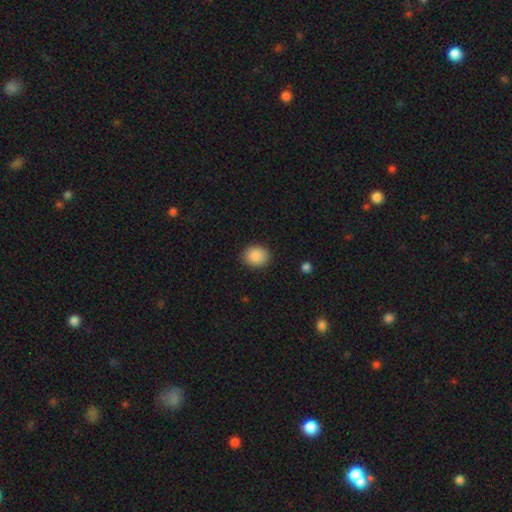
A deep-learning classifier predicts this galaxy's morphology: Smooth or featured: smooth — 88% (star or artifact — 8%)
How rounded: round — 66% (in between — 33%)
Merging: none — 87% (minor disturbance — 9%)